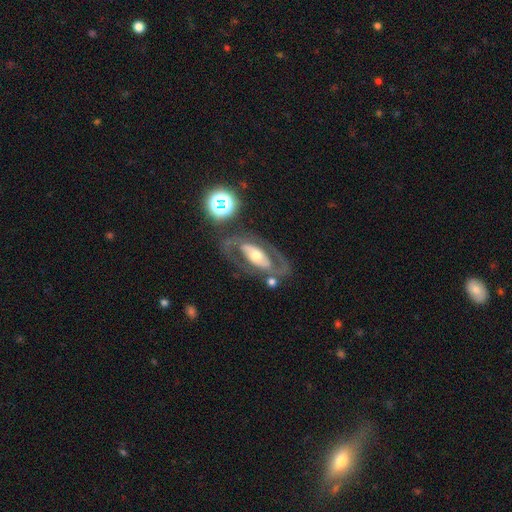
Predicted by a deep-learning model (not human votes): Smooth or featured? featured or disk (76%)
Edge-on disk? no (92%)
Bar? no (51%)
Spiral arms? yes (60%)
Bulge size? moderate (63%)
Merging? none (66%)